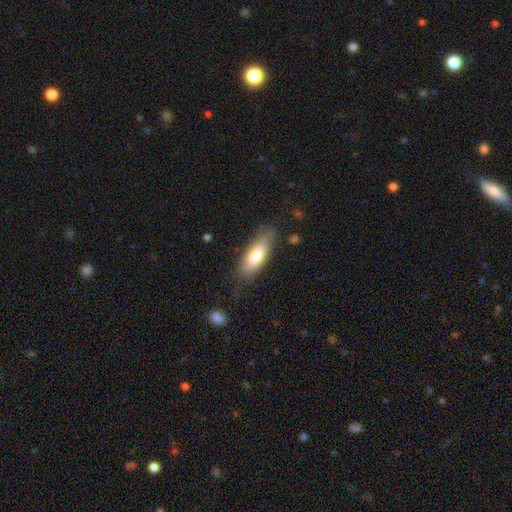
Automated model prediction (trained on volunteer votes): Smooth or featured?
  - smooth: 72% *
  - featured or disk: 21%
  - star or artifact: 6%
How rounded?
  - in between: 66% *
  - cigar-shaped: 32%
  - round: 2%
Merging?
  - none: 77% *
  - minor disturbance: 17%
  - major disturbance: 5%
  - merger: 2%